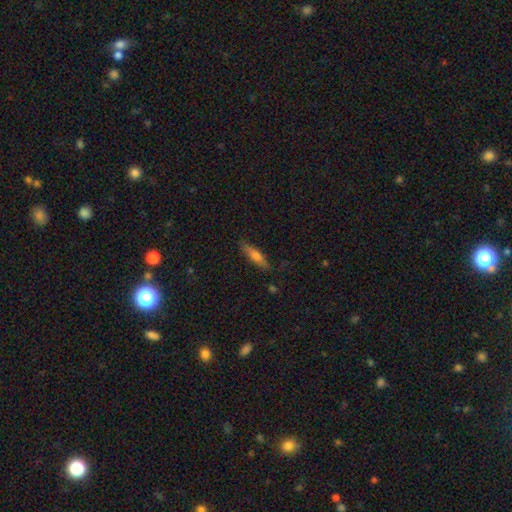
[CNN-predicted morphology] A smooth galaxy with no disk features (63%) that is cigar-shaped (75%). Merging: none (83%).